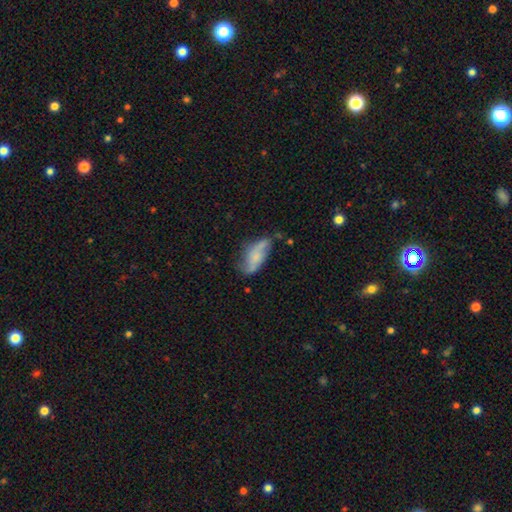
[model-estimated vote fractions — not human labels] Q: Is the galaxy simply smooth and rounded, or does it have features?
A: featured or disk — 48%.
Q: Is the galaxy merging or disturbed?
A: none — 49%.